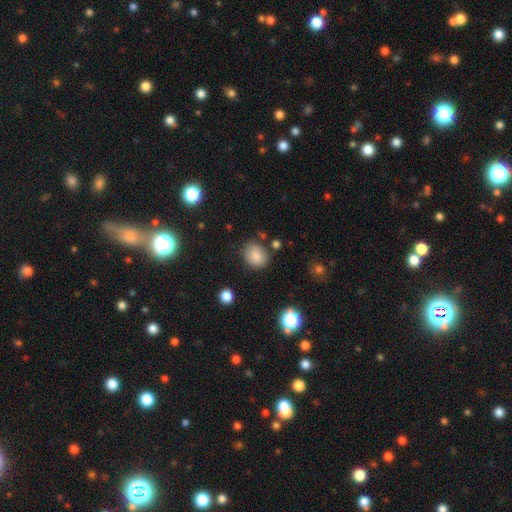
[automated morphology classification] A smooth galaxy with no disk features (83%) that is round (60%).

Vote fractions:
- Smooth or featured? smooth: 83% / star or artifact: 10% / featured or disk: 6%
- How rounded? round: 60% / in between: 39% / cigar-shaped: 1%
- Merging? none: 77% / minor disturbance: 15% / merger: 4% / major disturbance: 4%